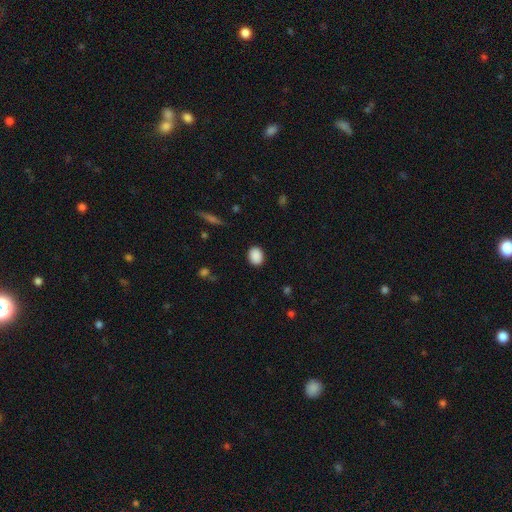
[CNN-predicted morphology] smooth_or_featured: smooth (p=0.89) [alt: star or artifact p=0.08]
how_rounded: in between (p=0.55) [alt: round p=0.44]
merging: none (p=0.89) [alt: minor disturbance p=0.08]